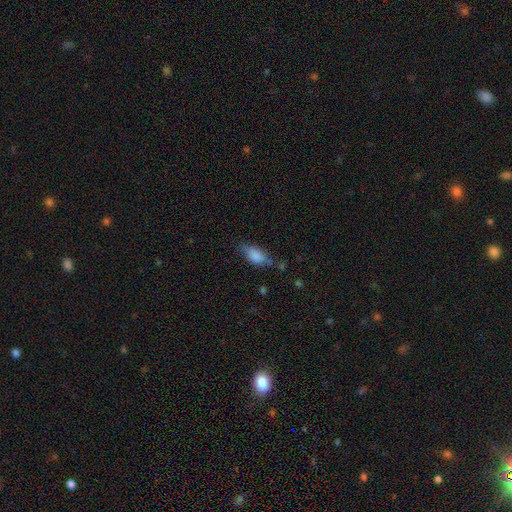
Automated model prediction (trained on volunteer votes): Overall: smooth (80%). How rounded: in between (85%). Merging: none (61%; minor disturbance 28%).